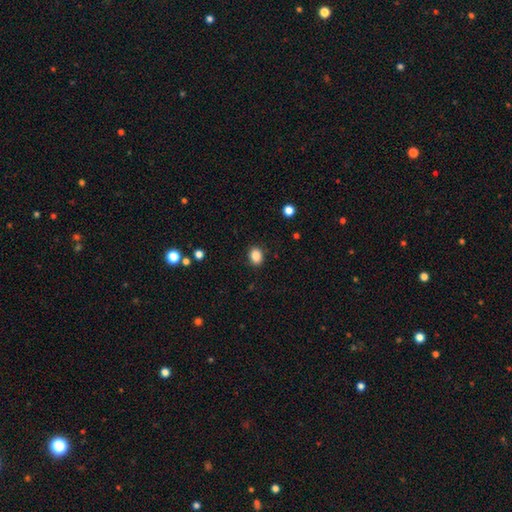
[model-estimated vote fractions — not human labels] This appears to be a smooth galaxy with no disk features (87%) that is in between round and cigar-shaped (56%). Merging: none (88%).